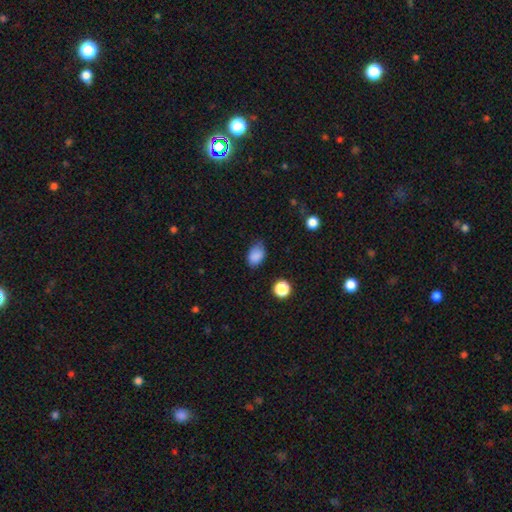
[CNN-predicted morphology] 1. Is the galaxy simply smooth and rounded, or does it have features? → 86% smooth, 9% star or artifact, 4% featured or disk.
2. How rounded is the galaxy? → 81% in between, 18% round, 1% cigar-shaped.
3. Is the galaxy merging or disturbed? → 67% none, 26% minor disturbance, 5% major disturbance, 1% merger.